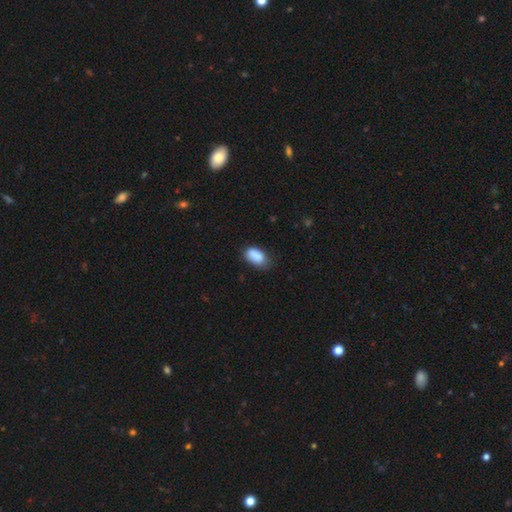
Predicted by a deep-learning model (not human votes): Smooth or featured? smooth (87%)
How rounded? in between (91%)
Merging? none (63%)